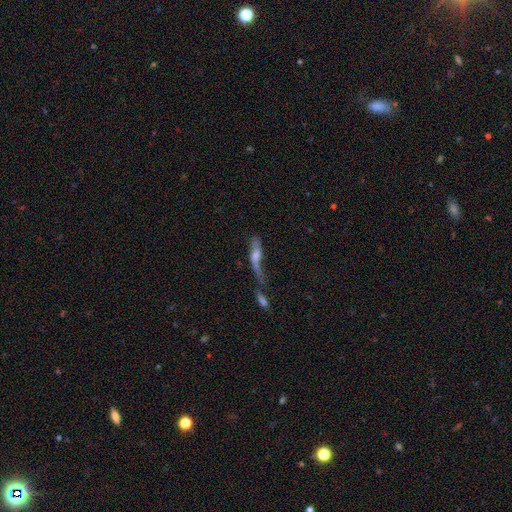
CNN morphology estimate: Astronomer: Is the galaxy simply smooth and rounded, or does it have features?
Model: featured or disk — 45% (runner-up: smooth, 44%).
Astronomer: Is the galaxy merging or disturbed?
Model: merger — 58%.